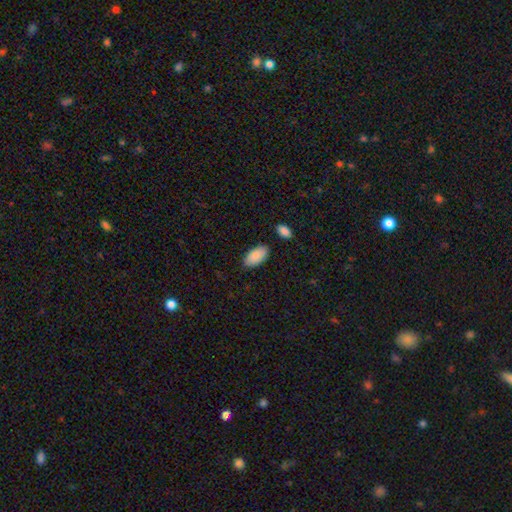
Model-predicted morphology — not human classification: This is clearly a smooth galaxy (89%). How rounded: clearly in between (95%). Merging: clearly none (83%).